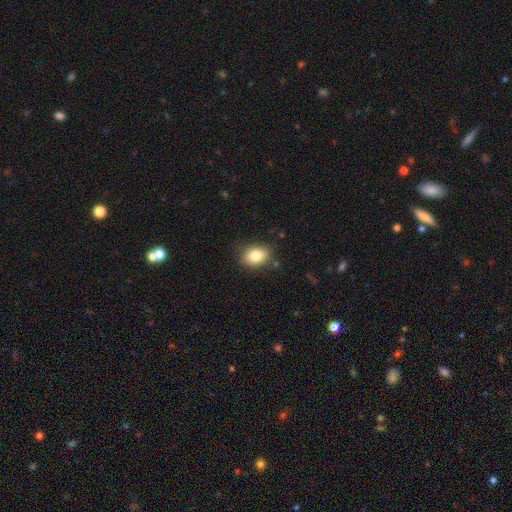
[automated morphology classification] Overall: smooth (83%). How rounded: in between (71%). Merging: none (82%).